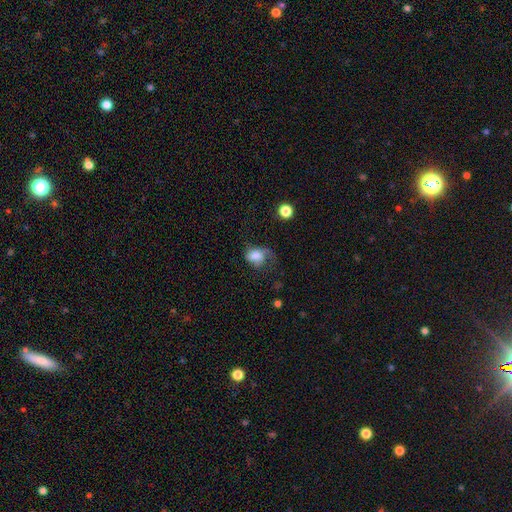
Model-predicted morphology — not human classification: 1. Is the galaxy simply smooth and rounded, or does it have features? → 60% smooth, 31% featured or disk, 10% star or artifact.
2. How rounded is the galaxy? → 71% in between, 27% round, 1% cigar-shaped.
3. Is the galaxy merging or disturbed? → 45% major disturbance, 27% none, 25% minor disturbance, 3% merger.